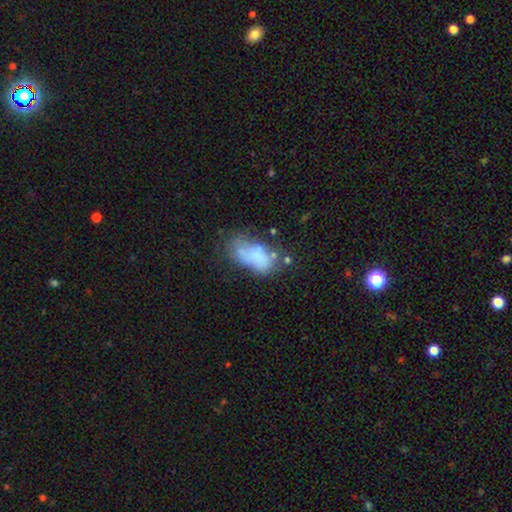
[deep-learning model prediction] A smooth galaxy with no disk features (58%) that is in between round and cigar-shaped (90%). Merging: none (32%).